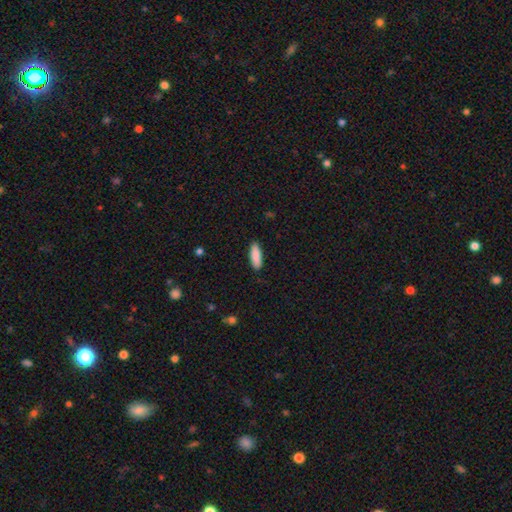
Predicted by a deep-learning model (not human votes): smooth-or-featured: smooth: 88% | featured or disk: 6% | star or artifact: 6%
  how-rounded: in between: 55% | cigar-shaped: 44% | round: 2%
  merging: none: 89% | minor disturbance: 8% | major disturbance: 2% | merger: 1%